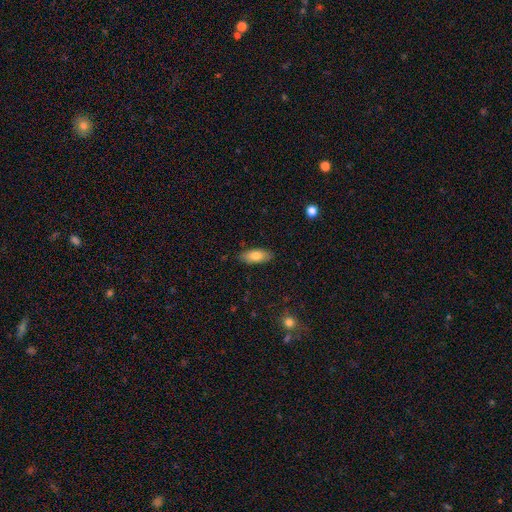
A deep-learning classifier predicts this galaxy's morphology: Smooth or featured? smooth (79%)
How rounded? in between (82%)
Merging? none (86%)